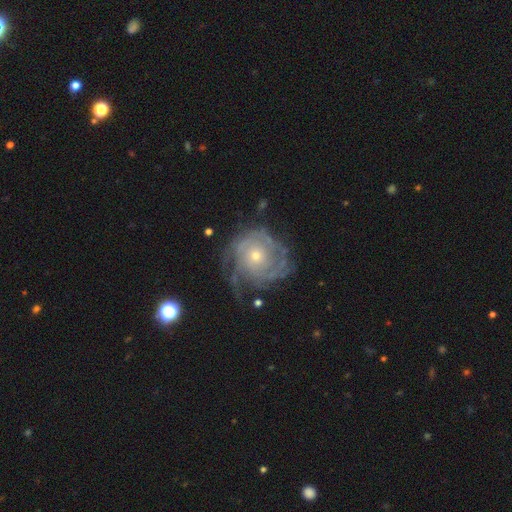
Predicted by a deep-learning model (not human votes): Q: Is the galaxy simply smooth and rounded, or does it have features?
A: featured or disk — 84%.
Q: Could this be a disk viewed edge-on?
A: no — 97%.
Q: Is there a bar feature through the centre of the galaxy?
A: no — 82%.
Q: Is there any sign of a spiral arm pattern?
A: yes — 93%.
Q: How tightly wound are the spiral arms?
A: tight — 71%.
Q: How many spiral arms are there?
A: can't tell — 40%.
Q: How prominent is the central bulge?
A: small — 63%.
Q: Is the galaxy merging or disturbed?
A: none — 63%.